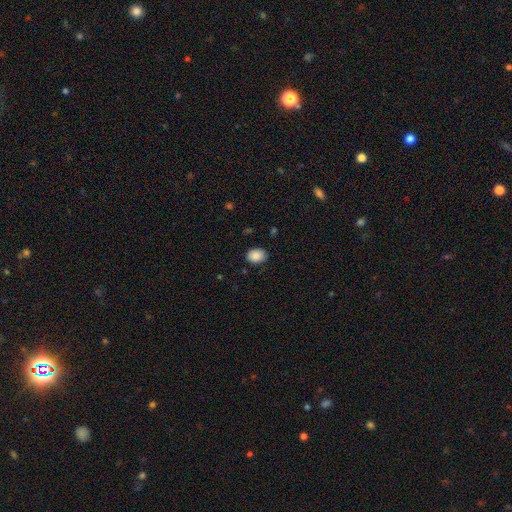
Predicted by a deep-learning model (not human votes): Smooth or featured? Predicted: smooth (p=0.88). How rounded? Predicted: in between (p=0.68). Merging? Predicted: none (p=0.83).